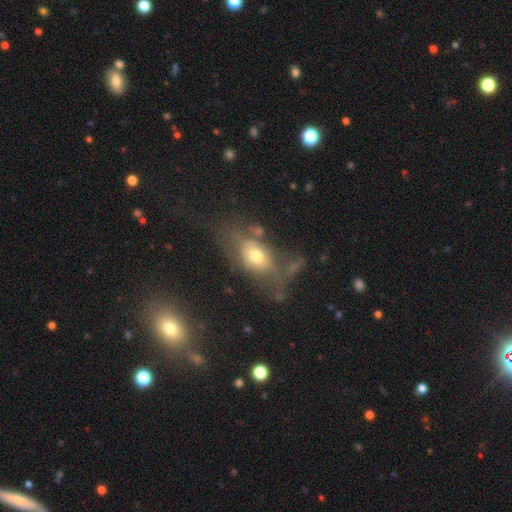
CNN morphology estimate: smooth-or-featured: smooth: 56% | featured or disk: 31% | star or artifact: 13%
  how-rounded: in between: 78% | round: 17% | cigar-shaped: 5%
  merging: none: 43% | major disturbance: 25% | minor disturbance: 23% | merger: 9%